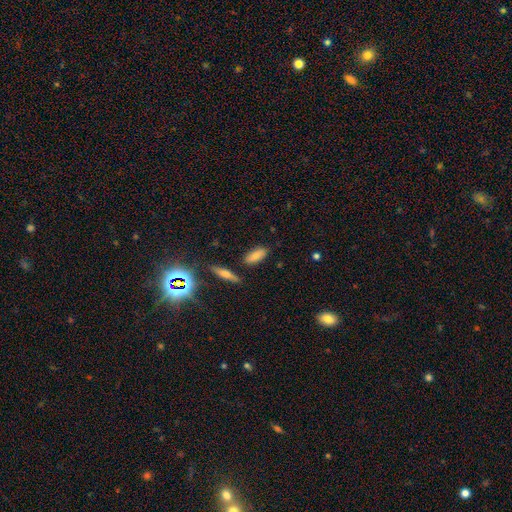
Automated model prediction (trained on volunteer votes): This appears to be a smooth galaxy with no disk features (75%) that is in between round and cigar-shaped (79%). Merging: none (82%).